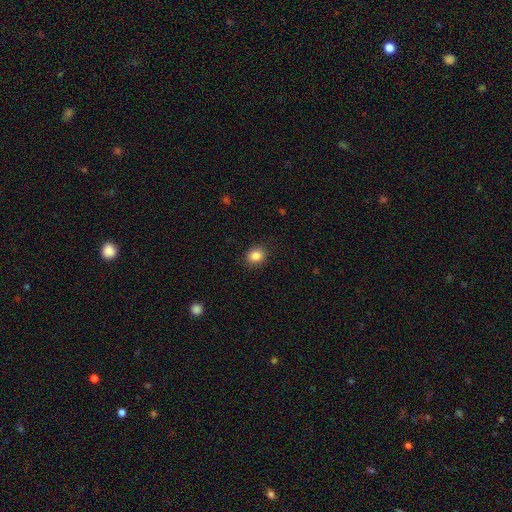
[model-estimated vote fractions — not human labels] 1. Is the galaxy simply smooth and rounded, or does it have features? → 86% smooth, 10% star or artifact, 5% featured or disk.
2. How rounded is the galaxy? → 63% round, 36% in between, 1% cigar-shaped.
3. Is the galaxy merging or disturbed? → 88% none, 8% minor disturbance, 2% major disturbance, 1% merger.